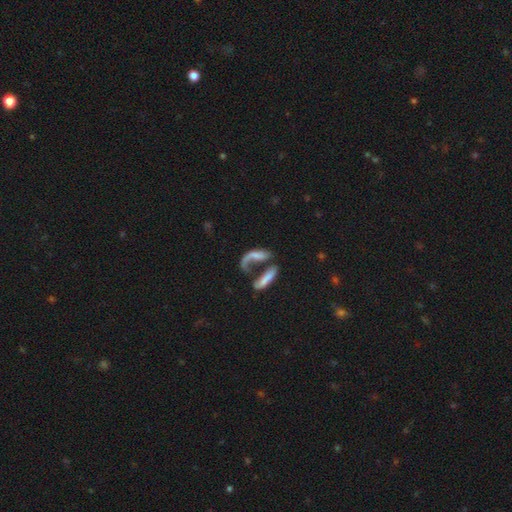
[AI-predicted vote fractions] A featured or disk galaxy (48%). Merging: merger (48%).